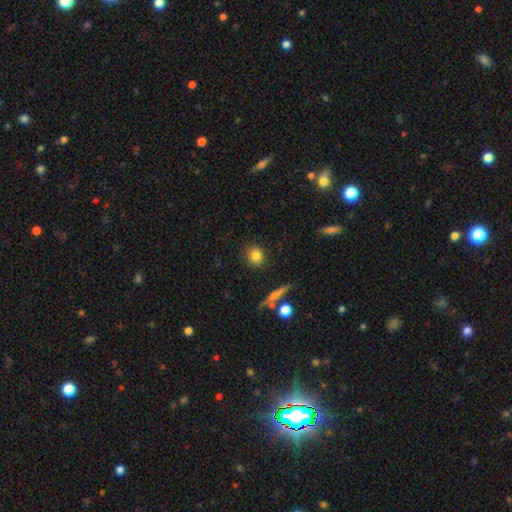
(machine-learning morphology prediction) Smooth or featured?
  - smooth: 81% *
  - star or artifact: 9%
  - featured or disk: 9%
How rounded?
  - round: 77% *
  - in between: 20%
  - cigar-shaped: 2%
Merging?
  - none: 86% *
  - minor disturbance: 8%
  - merger: 3%
  - major disturbance: 3%